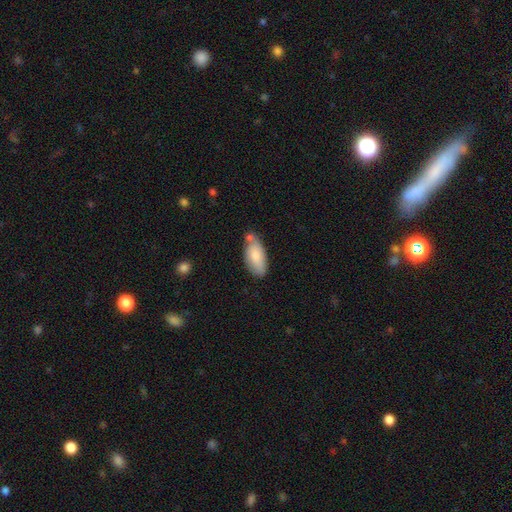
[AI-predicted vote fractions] This is clearly a smooth galaxy (80%). How rounded: clearly in between (89%). Merging: possibly none (54%).